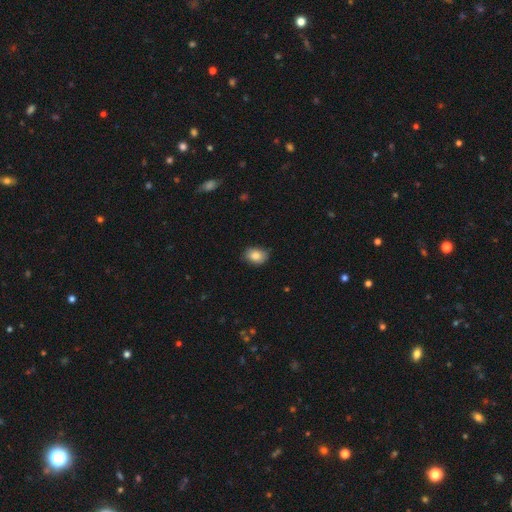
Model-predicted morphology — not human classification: Smooth or featured?
  - smooth: 86% *
  - star or artifact: 8%
  - featured or disk: 6%
How rounded?
  - in between: 65% *
  - round: 34%
  - cigar-shaped: 1%
Merging?
  - none: 77% *
  - minor disturbance: 19%
  - major disturbance: 3%
  - merger: 1%